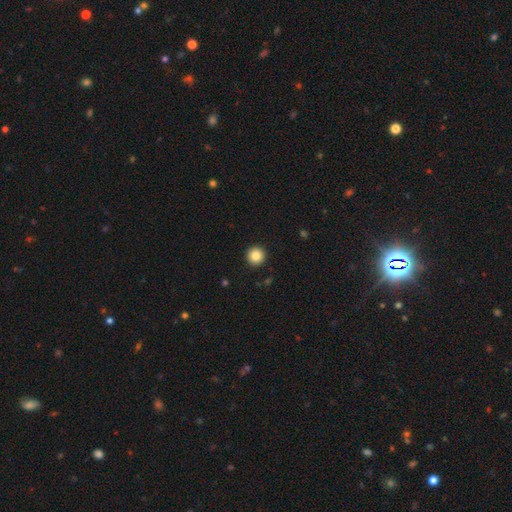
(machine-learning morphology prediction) type=smooth (85%); roundness=round (96%); merging=none (93%).